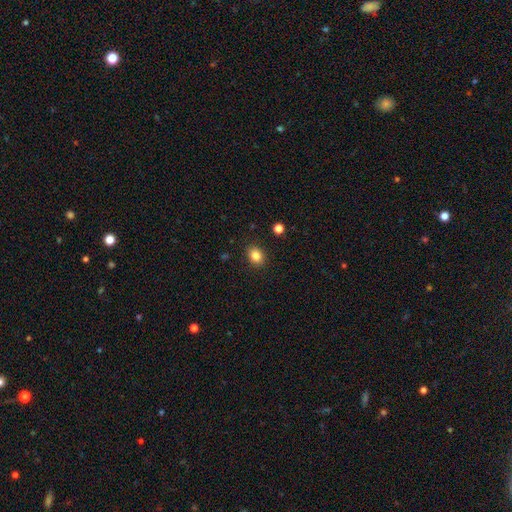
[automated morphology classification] Smooth or featured? Predicted: smooth (p=0.84). How rounded? Predicted: in between (p=0.53). Merging? Predicted: none (p=0.88).